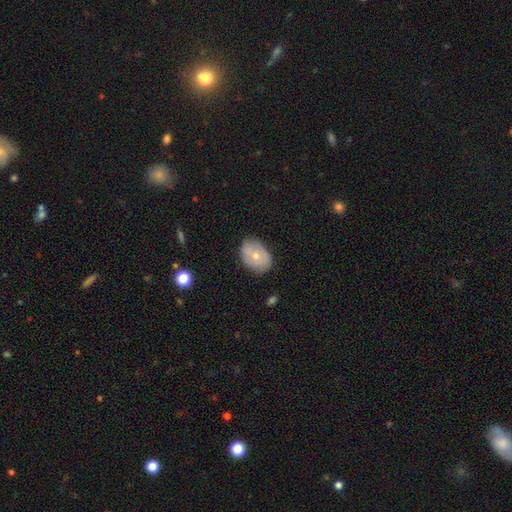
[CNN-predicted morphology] type=smooth (62%); roundness=in between (73%); merging=none (77%).